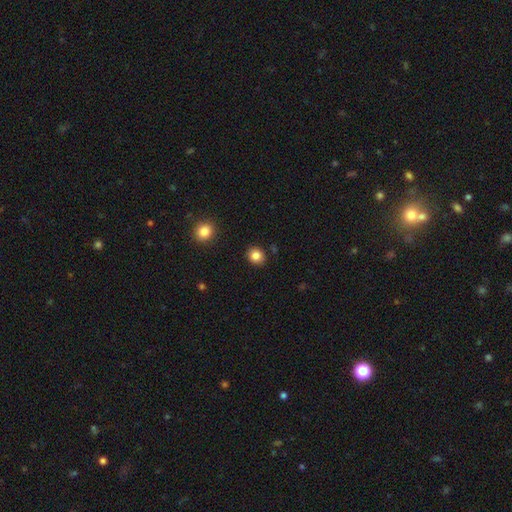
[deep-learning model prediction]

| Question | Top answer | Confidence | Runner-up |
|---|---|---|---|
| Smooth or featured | smooth | 84% | star or artifact (11%) |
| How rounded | round | 78% | in between (21%) |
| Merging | none | 90% | minor disturbance (7%) |